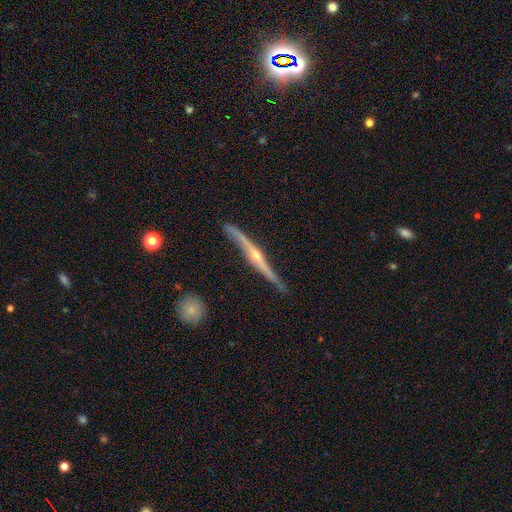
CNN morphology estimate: The model was most divided on "merging": none: 81%, minor disturbance: 14%, major disturbance: 3%, merger: 2%. More confident: edge-on disk — yes (94%); smooth or featured — featured or disk (85%); edge-on bulge — rounded (84%).